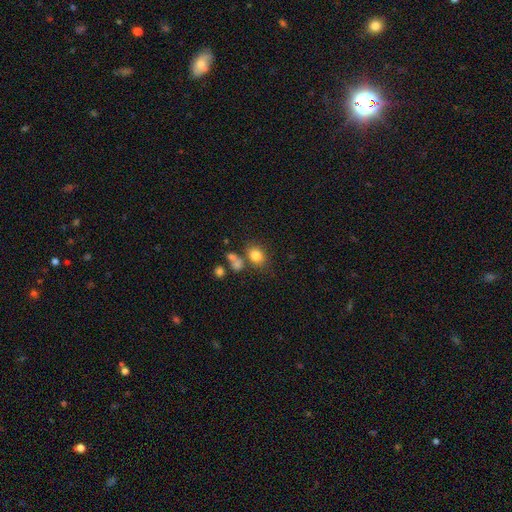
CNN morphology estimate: Smooth or featured?
  - smooth: 79% *
  - star or artifact: 12%
  - featured or disk: 9%
How rounded?
  - round: 54% *
  - in between: 45%
  - cigar-shaped: 1%
Merging?
  - none: 66% *
  - merger: 14%
  - minor disturbance: 14%
  - major disturbance: 6%